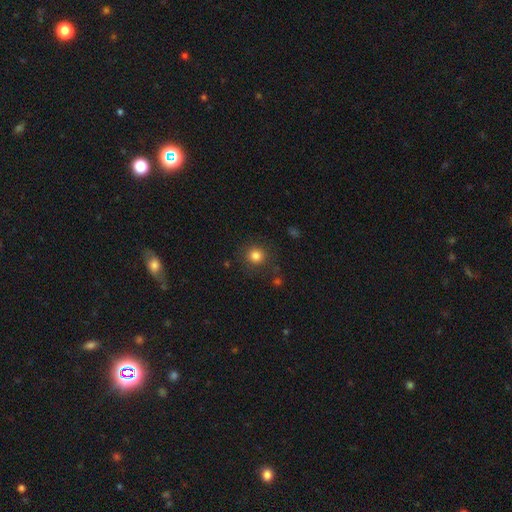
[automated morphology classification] Smooth or featured?
  - smooth: 82% *
  - star or artifact: 12%
  - featured or disk: 5%
How rounded?
  - round: 92% *
  - in between: 7%
  - cigar-shaped: 1%
Merging?
  - none: 84% *
  - minor disturbance: 9%
  - major disturbance: 4%
  - merger: 2%